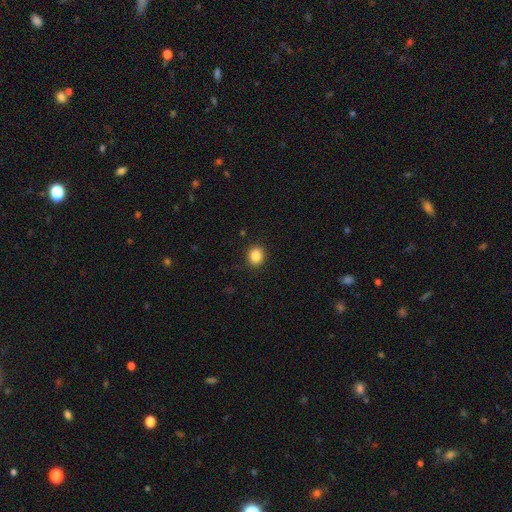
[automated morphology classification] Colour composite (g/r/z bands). It shows a smooth galaxy with no disk features (86%) that is round (75%). Merging: none (90%).